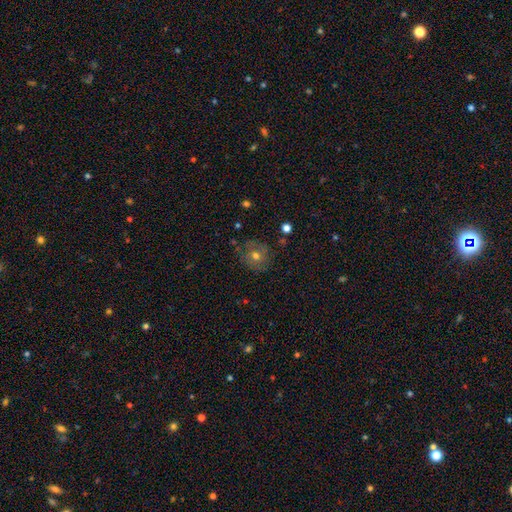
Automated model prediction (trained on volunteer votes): smooth-or-featured: smooth: 52% | featured or disk: 35% | star or artifact: 13%
  how-rounded: round: 82% | in between: 17% | cigar-shaped: 1%
  merging: none: 74% | minor disturbance: 17% | major disturbance: 7% | merger: 2%